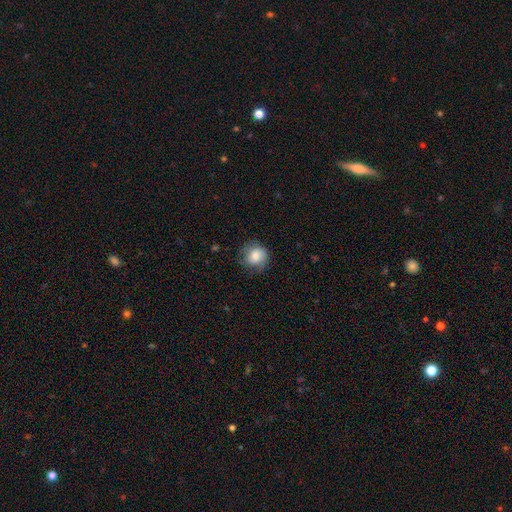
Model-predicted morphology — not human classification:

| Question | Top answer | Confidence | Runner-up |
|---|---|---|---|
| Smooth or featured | smooth | 66% | featured or disk (26%) |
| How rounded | round | 77% | in between (22%) |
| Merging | none | 61% | minor disturbance (26%) |